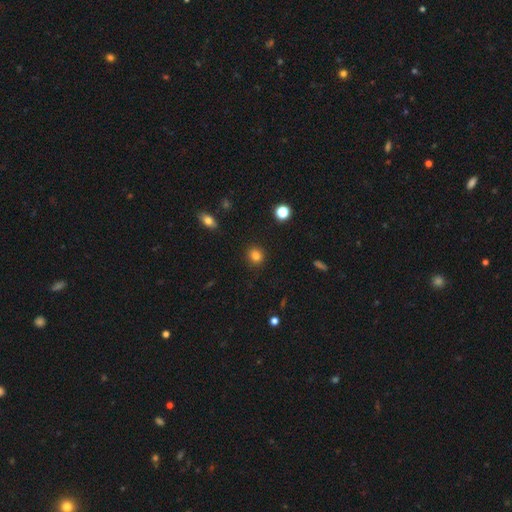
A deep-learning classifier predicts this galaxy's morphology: Smooth or featured: smooth — 84% (star or artifact — 12%)
How rounded: round — 77% (in between — 22%)
Merging: none — 89% (minor disturbance — 7%)